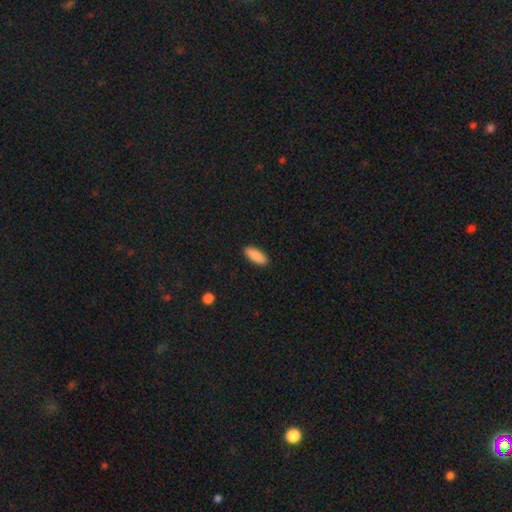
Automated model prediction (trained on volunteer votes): This appears to be a smooth galaxy with no disk features (91%) that is in between round and cigar-shaped (79%). Merging: none (91%).